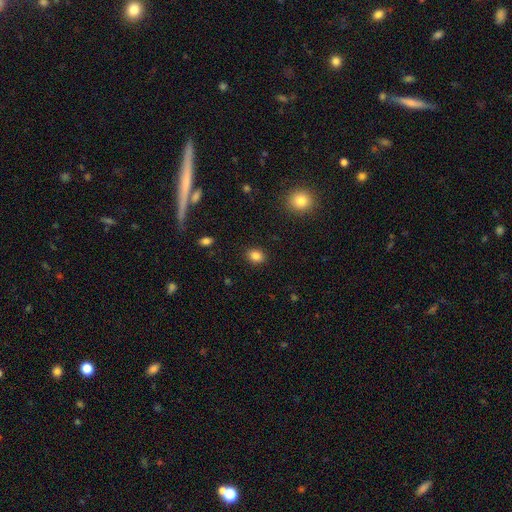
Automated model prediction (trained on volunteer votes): smooth 84%, star or artifact 11%, featured or disk 5%. Down the decision tree: how rounded — round (56%); merging — none (90%).